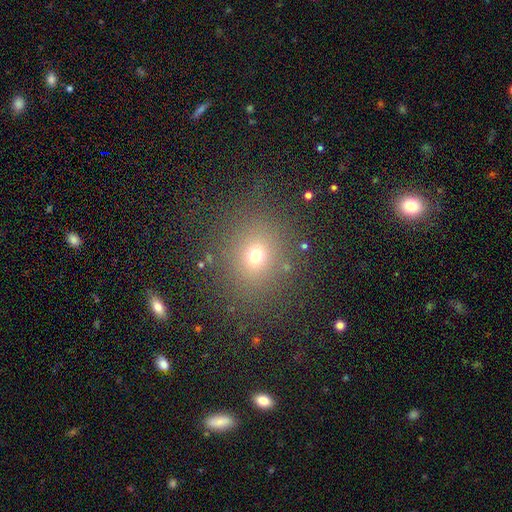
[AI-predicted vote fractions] smooth_or_featured: smooth (p=0.68) [alt: star or artifact p=0.22]
how_rounded: round (p=0.70) [alt: in between p=0.29]
merging: none (p=0.82) [alt: minor disturbance p=0.10]